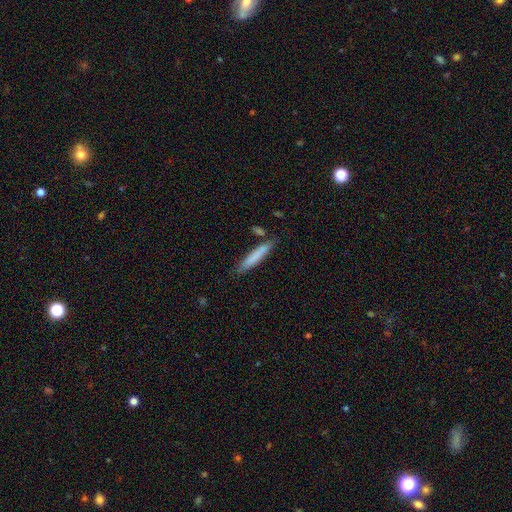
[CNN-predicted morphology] Overall: smooth (76%). How rounded: cigar-shaped (93%). Merging: none (78%).